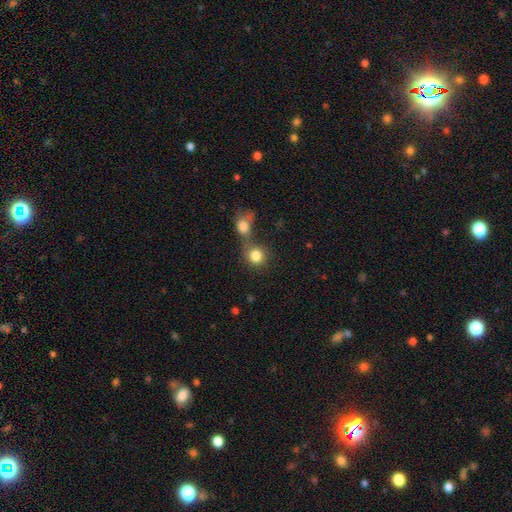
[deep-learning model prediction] Q: Smooth or featured?
A: smooth (82%); runner-up: star or artifact (10%)
Q: How rounded?
A: round (85%); runner-up: in between (13%)
Q: Merging?
A: merger (45%); runner-up: none (42%)